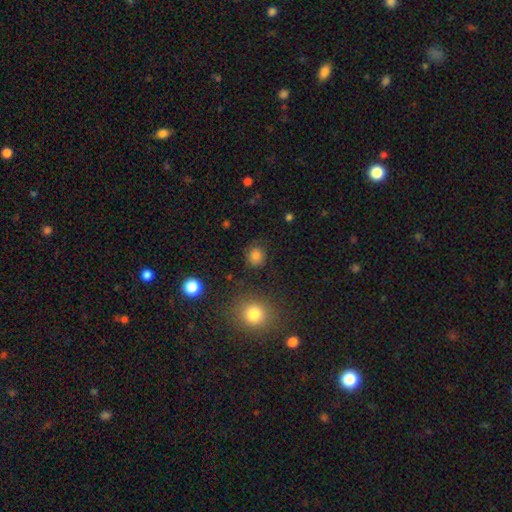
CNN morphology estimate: smooth 82%, star or artifact 13%, featured or disk 5%. Down the decision tree: how rounded — round (88%); merging — none (83%).